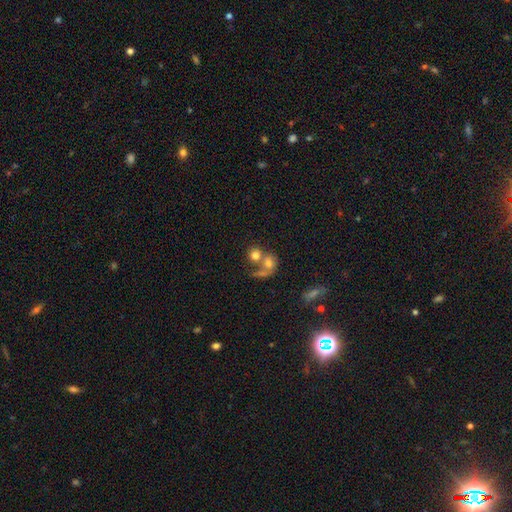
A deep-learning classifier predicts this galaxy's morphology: This appears to be a smooth galaxy with no disk features (70%) that is round (79%). Merging: merger (57%).